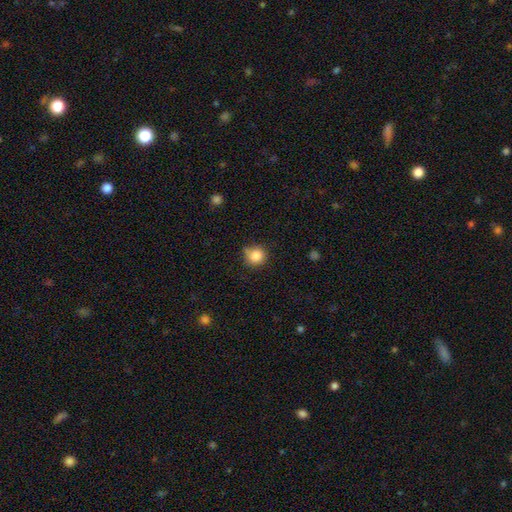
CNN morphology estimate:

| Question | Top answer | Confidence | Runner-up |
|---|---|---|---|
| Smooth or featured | smooth | 84% | star or artifact (10%) |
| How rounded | round | 88% | in between (11%) |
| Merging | none | 65% | minor disturbance (26%) |